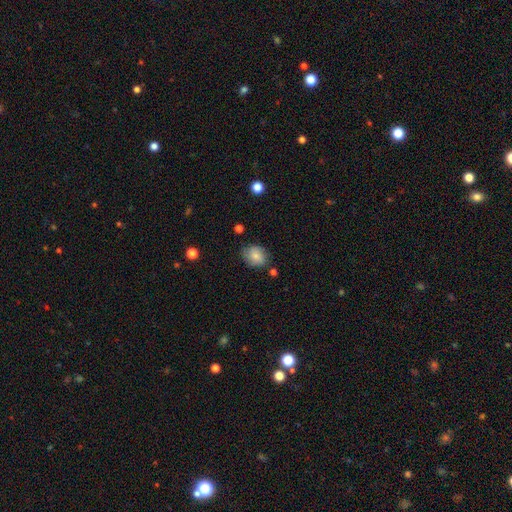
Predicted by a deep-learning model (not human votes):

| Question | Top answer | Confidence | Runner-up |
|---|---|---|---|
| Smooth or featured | smooth | 75% | featured or disk (17%) |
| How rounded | round | 54% | in between (45%) |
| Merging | none | 72% | minor disturbance (20%) |